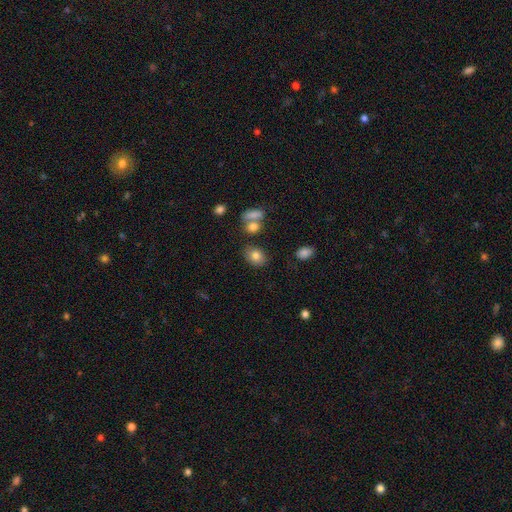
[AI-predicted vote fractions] Smooth or featured: smooth — 80% (featured or disk — 10%)
How rounded: in between — 63% (round — 35%)
Merging: none — 75% (minor disturbance — 12%)